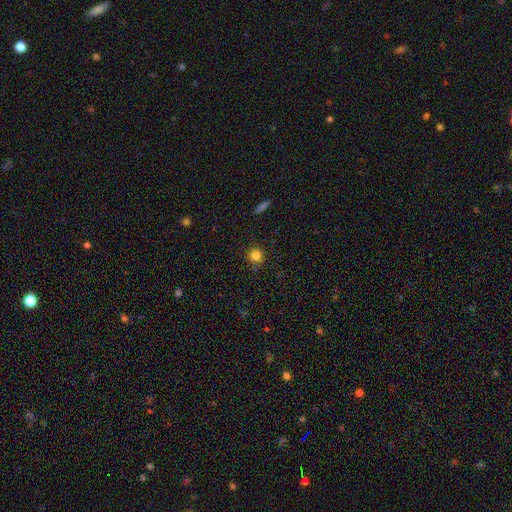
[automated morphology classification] type=smooth (82%); roundness=round (92%); merging=none (90%).